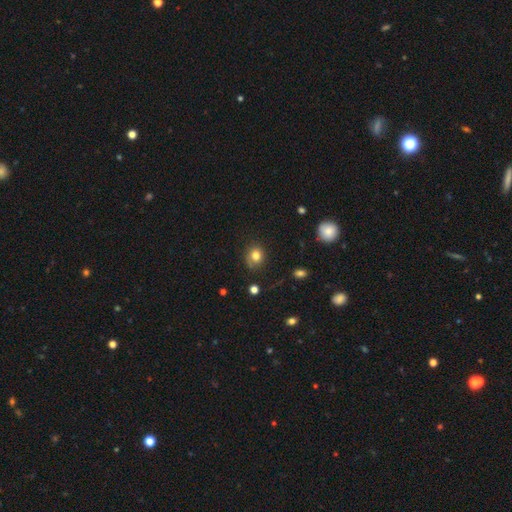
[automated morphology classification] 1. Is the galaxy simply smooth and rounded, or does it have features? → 79% smooth, 12% star or artifact, 9% featured or disk.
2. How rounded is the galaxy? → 70% round, 30% in between, 1% cigar-shaped.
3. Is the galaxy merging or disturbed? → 70% none, 21% minor disturbance, 7% major disturbance, 2% merger.